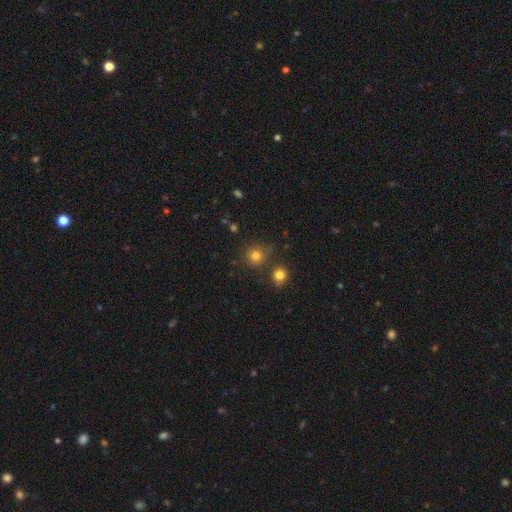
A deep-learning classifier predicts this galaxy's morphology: Q: Smooth or featured?
A: smooth (79%); runner-up: star or artifact (14%)
Q: How rounded?
A: round (90%); runner-up: in between (9%)
Q: Merging?
A: none (75%); runner-up: minor disturbance (11%)